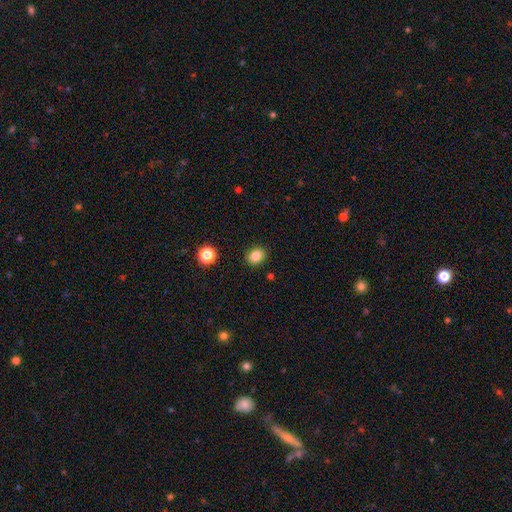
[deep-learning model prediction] A smooth galaxy with no disk features (84%) that is round (58%). Merging: none (89%).